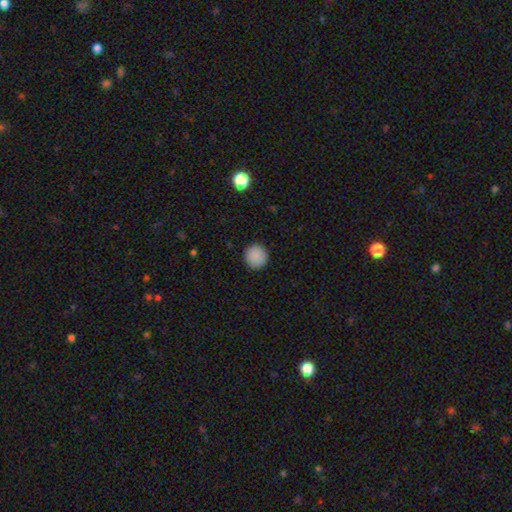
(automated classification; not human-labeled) Morphology: type=smooth (89%); roundness=round (96%); merging=none (92%).